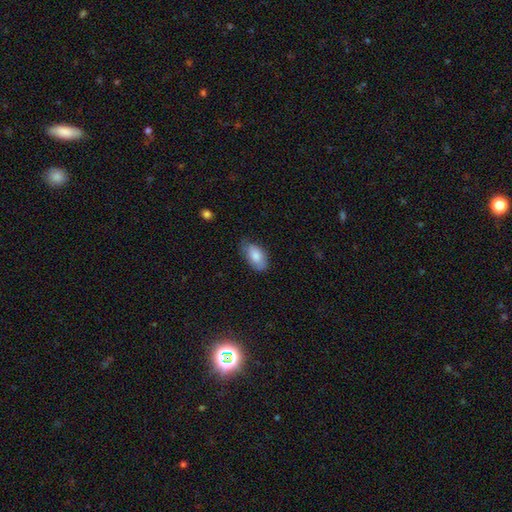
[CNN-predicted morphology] type=smooth (81%); roundness=in between (93%); merging=none (67%).